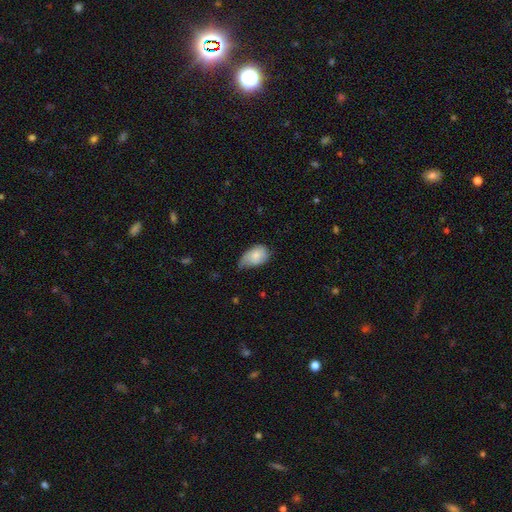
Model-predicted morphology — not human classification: Smooth or featured? smooth (79%)
How rounded? in between (85%)
Merging? minor disturbance (53%)